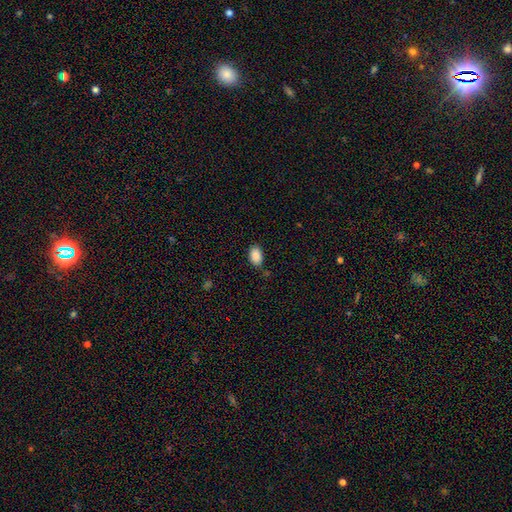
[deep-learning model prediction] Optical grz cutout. It shows a smooth galaxy with no disk features (88%) that is in between round and cigar-shaped (89%). Merging: none (80%).